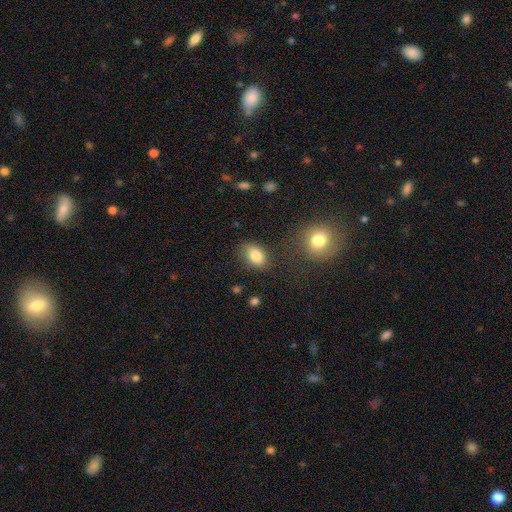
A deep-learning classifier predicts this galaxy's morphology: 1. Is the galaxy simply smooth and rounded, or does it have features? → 84% smooth, 9% star or artifact, 7% featured or disk.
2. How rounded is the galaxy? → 81% in between, 18% round, 1% cigar-shaped.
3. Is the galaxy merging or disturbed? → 75% none, 16% minor disturbance, 5% major disturbance, 4% merger.